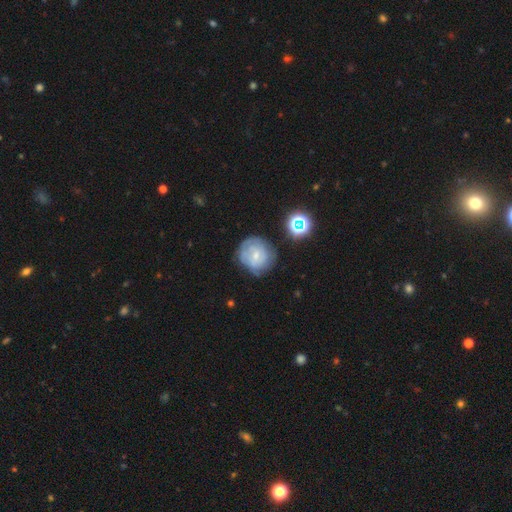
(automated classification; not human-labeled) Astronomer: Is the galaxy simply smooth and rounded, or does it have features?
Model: featured or disk — 55% (runner-up: smooth, 35%).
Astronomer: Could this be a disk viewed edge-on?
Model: no — 97%.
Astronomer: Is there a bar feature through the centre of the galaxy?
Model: no — 47% (runner-up: weak, 44%).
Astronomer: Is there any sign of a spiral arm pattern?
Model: yes — 74%.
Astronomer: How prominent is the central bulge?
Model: small — 61%.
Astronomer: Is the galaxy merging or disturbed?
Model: none — 61%.